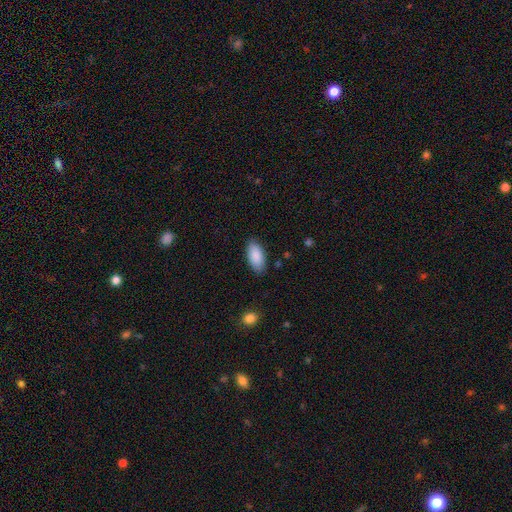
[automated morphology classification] smooth-or-featured: smooth: 89% | star or artifact: 6% | featured or disk: 5%
  how-rounded: in between: 92% | cigar-shaped: 6% | round: 2%
  merging: none: 86% | minor disturbance: 11% | major disturbance: 2% | merger: 1%